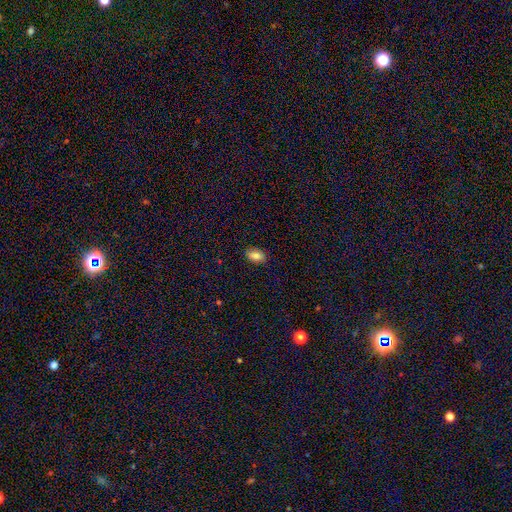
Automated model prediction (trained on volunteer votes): The model was most divided on "merging": none: 87%, minor disturbance: 10%, major disturbance: 2%, merger: 1%. More confident: how rounded — in between (91%); smooth or featured — smooth (85%).